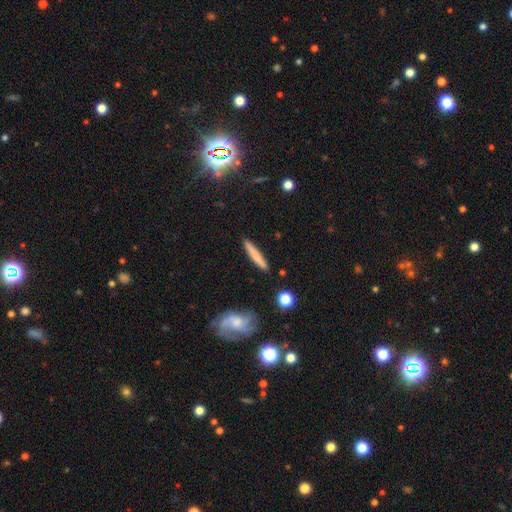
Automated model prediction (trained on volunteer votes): Overall: smooth (68%). How rounded: cigar-shaped (94%). Merging: none (88%).